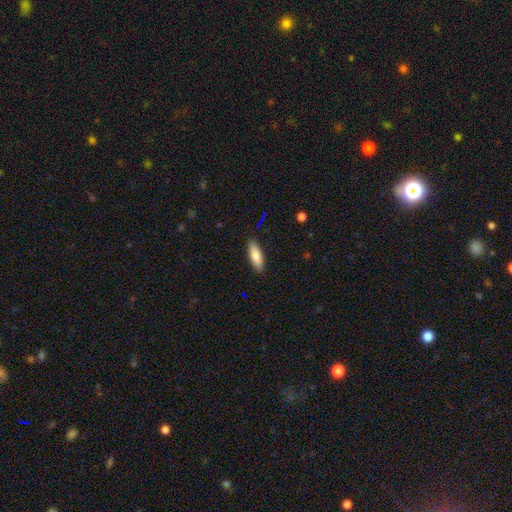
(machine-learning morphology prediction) Smooth or featured?
  - smooth: 83% *
  - featured or disk: 11%
  - star or artifact: 6%
How rounded?
  - in between: 57% *
  - cigar-shaped: 42%
  - round: 2%
Merging?
  - none: 89% *
  - minor disturbance: 8%
  - major disturbance: 2%
  - merger: 1%